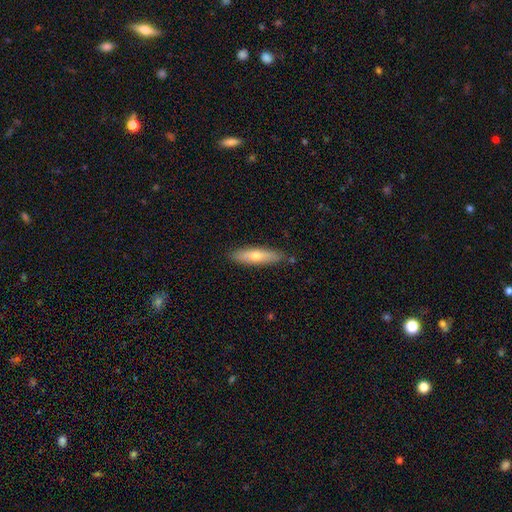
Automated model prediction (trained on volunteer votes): A smooth galaxy with no disk features (65%) that is cigar-shaped (66%). Merging: none (85%).